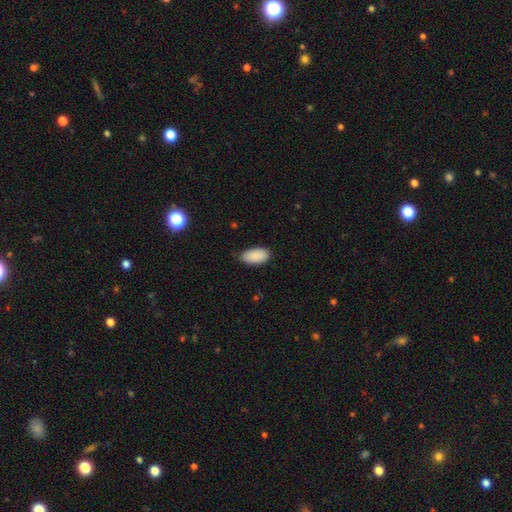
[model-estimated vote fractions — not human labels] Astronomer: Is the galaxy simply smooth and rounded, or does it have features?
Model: smooth — 90%.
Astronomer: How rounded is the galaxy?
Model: in between — 95%.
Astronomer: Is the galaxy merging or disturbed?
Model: none — 75%.